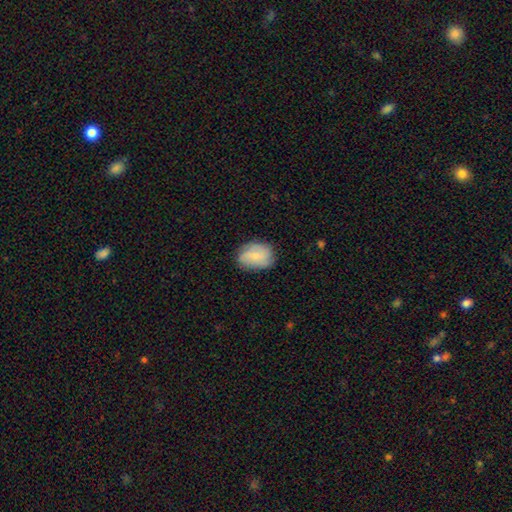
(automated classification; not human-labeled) Smooth or featured?
  - smooth: 56% *
  - featured or disk: 36%
  - star or artifact: 8%
How rounded?
  - in between: 73% *
  - round: 25%
  - cigar-shaped: 1%
Merging?
  - none: 75% *
  - minor disturbance: 19%
  - major disturbance: 5%
  - merger: 1%